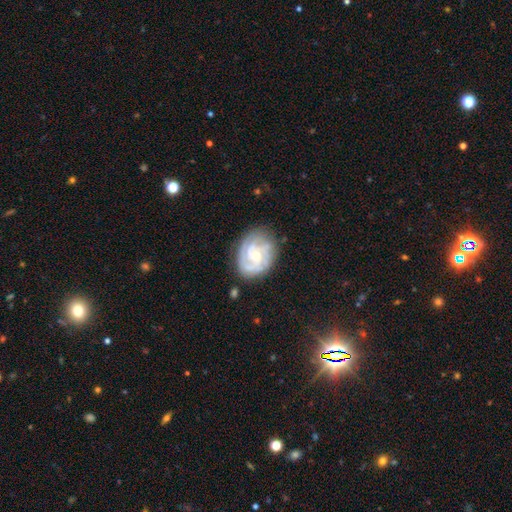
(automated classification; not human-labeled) smooth-or-featured: featured or disk: 83% | smooth: 12% | star or artifact: 6%
  disk-edge-on: no: 98% | yes: 2%
    bar: no: 70% | weak: 26% | strong: 4%
    has-spiral-arms: yes: 95% | no: 5%
      spiral-winding: tight: 64% | medium: 29% | loose: 6%
      spiral-arm-count: 3: 29% | can't tell: 27% | 2: 24% | 4: 10% | 1: 5% | more than 4: 5%
    bulge-size: small: 63% | moderate: 33% | none: 2% | large: 1% | dominant: 1%
  merging: none: 74% | minor disturbance: 18% | major disturbance: 6% | merger: 2%